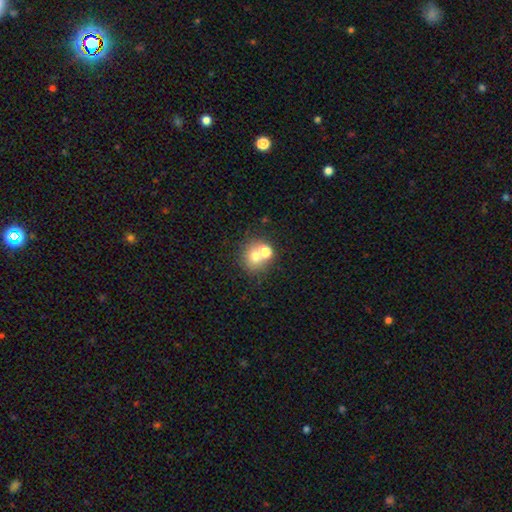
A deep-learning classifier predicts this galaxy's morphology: A smooth galaxy with no disk features (67%) that is round (79%).

Vote fractions:
- Smooth or featured? smooth: 67% / featured or disk: 18% / star or artifact: 15%
- How rounded? round: 79% / in between: 20% / cigar-shaped: 1%
- Merging? none: 48% / merger: 41% / minor disturbance: 7% / major disturbance: 4%